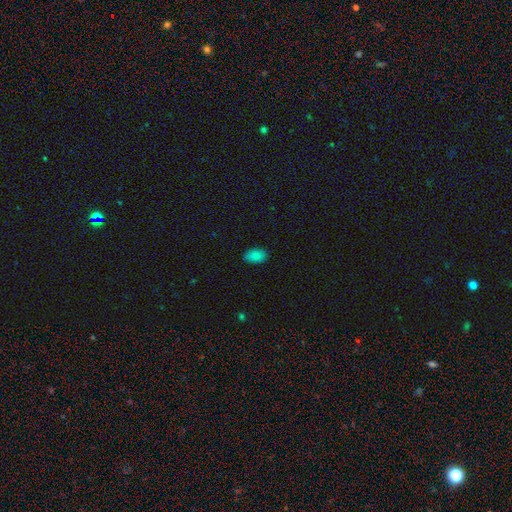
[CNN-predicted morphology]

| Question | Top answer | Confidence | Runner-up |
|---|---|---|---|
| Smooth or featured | smooth | 85% | star or artifact (10%) |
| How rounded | in between | 91% | round (8%) |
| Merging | none | 85% | minor disturbance (12%) |